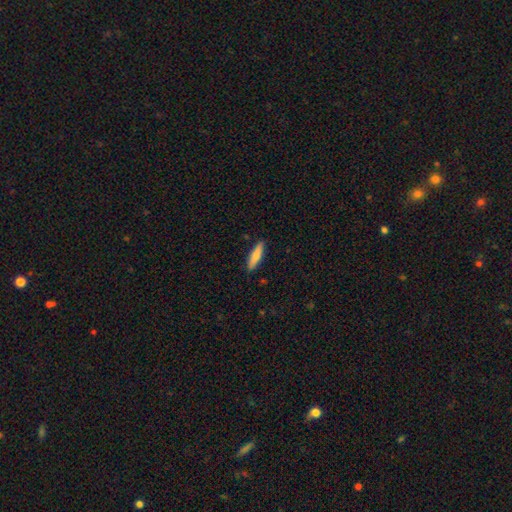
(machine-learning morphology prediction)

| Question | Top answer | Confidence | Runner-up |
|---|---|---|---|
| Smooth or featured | smooth | 78% | featured or disk (16%) |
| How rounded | cigar-shaped | 77% | in between (22%) |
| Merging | none | 89% | minor disturbance (8%) |